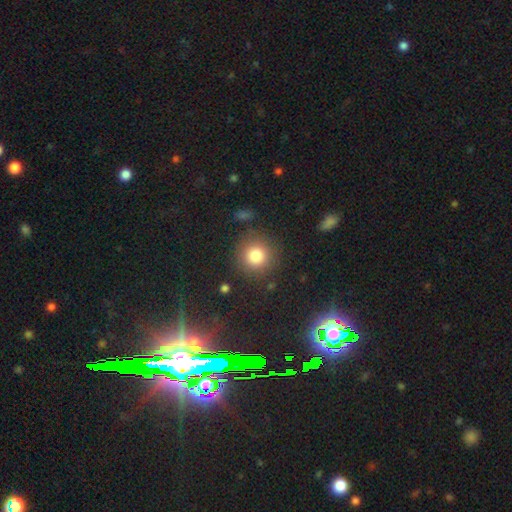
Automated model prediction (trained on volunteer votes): Overall: smooth (81%). How rounded: round (93%). Merging: none (86%).